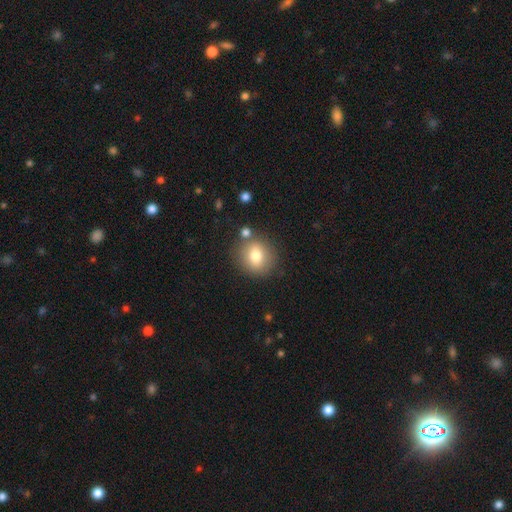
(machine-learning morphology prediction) Smooth or featured: smooth — 76% (featured or disk — 14%)
How rounded: round — 78% (in between — 21%)
Merging: none — 79% (minor disturbance — 11%)